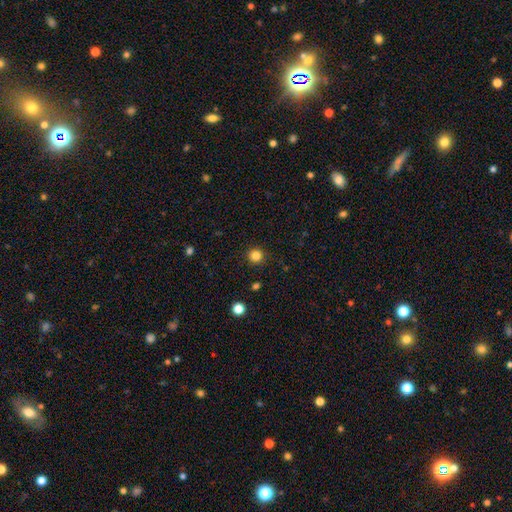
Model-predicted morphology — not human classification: Overall: smooth (84%). How rounded: round (94%). Merging: none (91%).